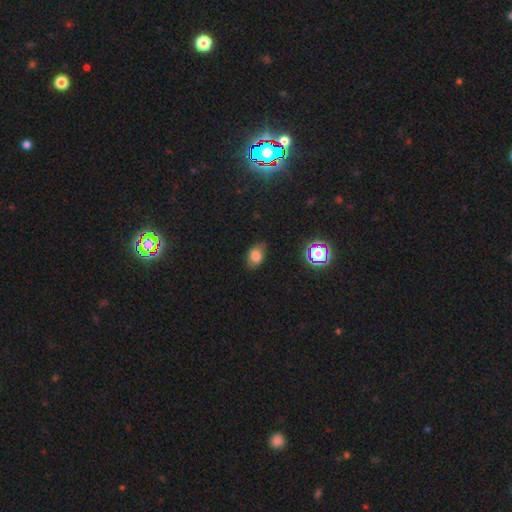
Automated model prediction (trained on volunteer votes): Smooth or featured?
  - smooth: 77% *
  - star or artifact: 14%
  - featured or disk: 10%
How rounded?
  - in between: 83% *
  - round: 16%
  - cigar-shaped: 2%
Merging?
  - none: 78% *
  - minor disturbance: 17%
  - major disturbance: 4%
  - merger: 1%